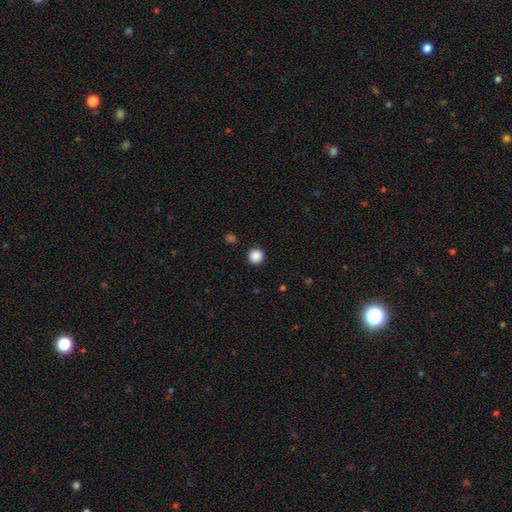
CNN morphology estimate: type=smooth (88%); roundness=round (96%); merging=none (93%).